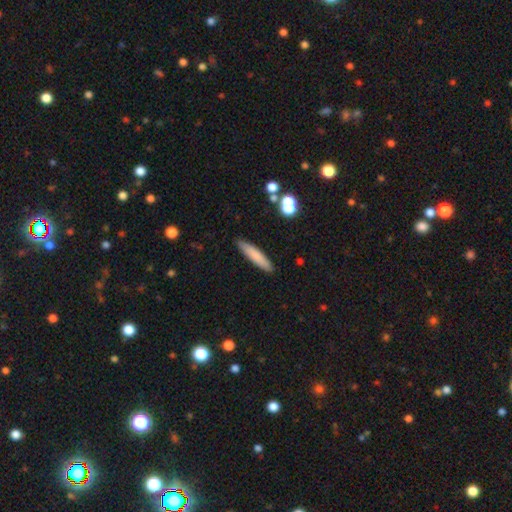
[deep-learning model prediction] This appears to be a smooth galaxy with no disk features (79%) that is cigar-shaped (85%). Merging: none (89%).